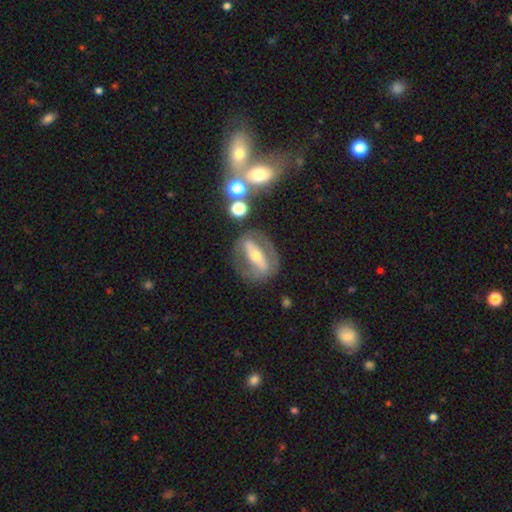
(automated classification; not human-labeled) featured or disk 71%, smooth 21%, star or artifact 8%. Down the decision tree: edge-on disk — no (77%); bar — strong (72%); spiral arms — no (64%); bulge size — moderate (55%); merging — none (71%).